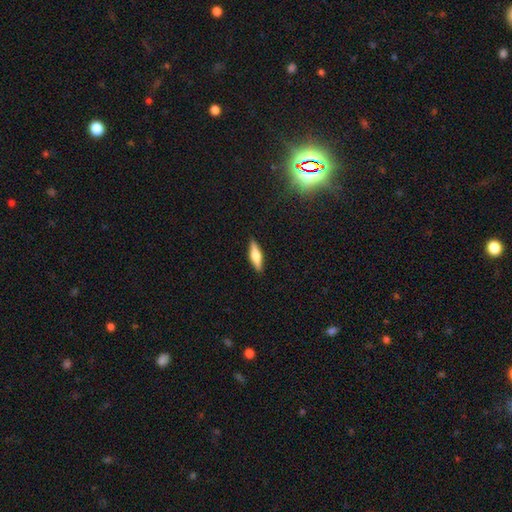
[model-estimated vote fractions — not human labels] smooth 58%, featured or disk 36%, star or artifact 6%. Down the decision tree: how rounded — cigar-shaped (61%); merging — none (90%).